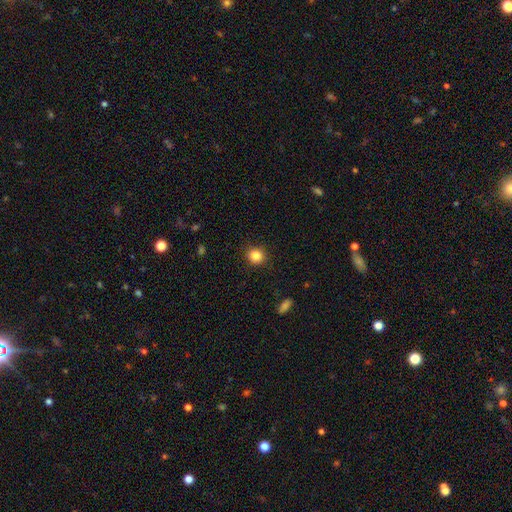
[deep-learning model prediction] Smooth or featured? smooth (84%)
How rounded? round (87%)
Merging? none (90%)